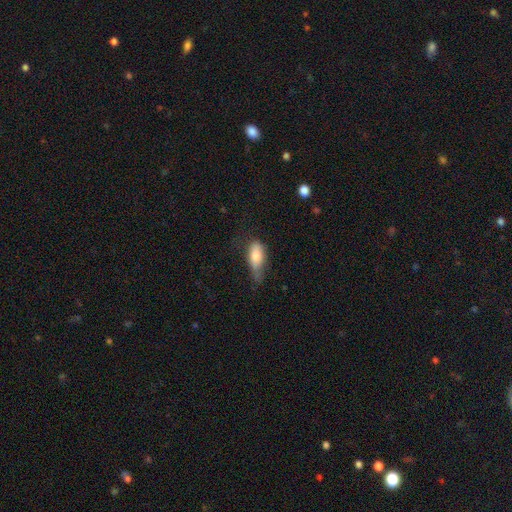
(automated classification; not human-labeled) The model was most divided on "merging": minor disturbance: 42%, none: 31%, major disturbance: 24%, merger: 3%. More confident: how rounded — in between (77%); smooth or featured — smooth (75%).